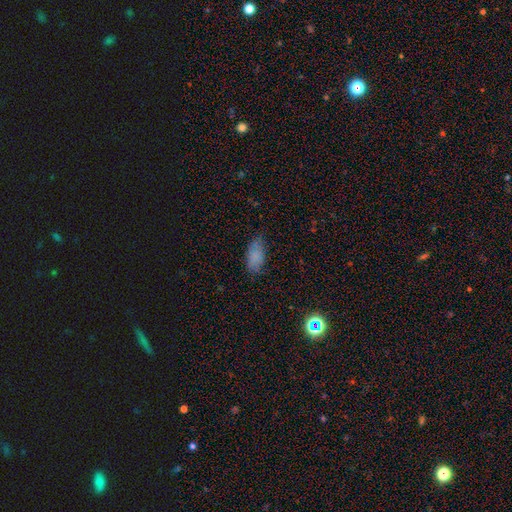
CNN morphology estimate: type=smooth (76%); roundness=in between (87%); merging=none (74%).